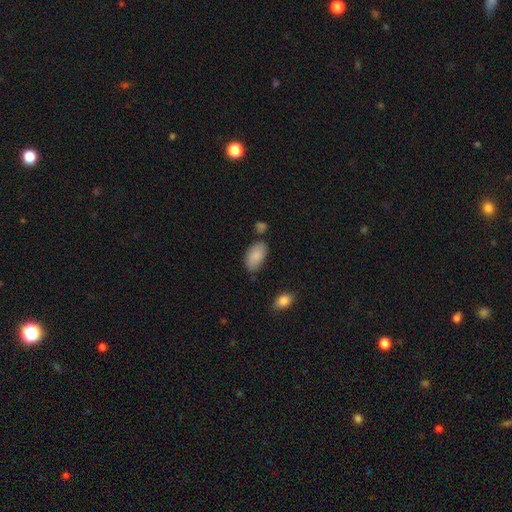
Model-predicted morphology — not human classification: smooth 87%, featured or disk 7%, star or artifact 6%. Down the decision tree: how rounded — in between (95%); merging — none (69%).